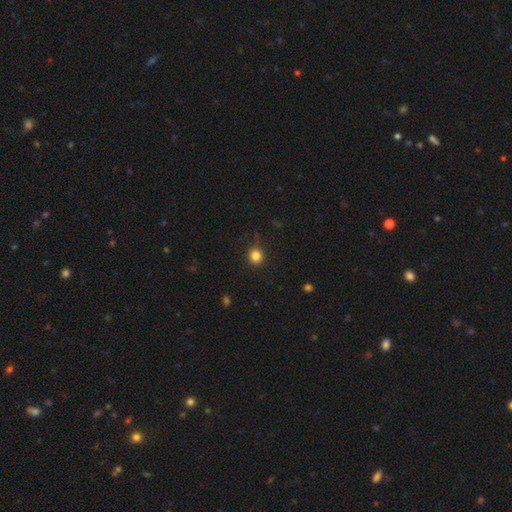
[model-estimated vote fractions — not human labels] Smooth or featured: smooth — 83% (star or artifact — 13%)
How rounded: round — 92% (in between — 7%)
Merging: none — 85% (minor disturbance — 11%)